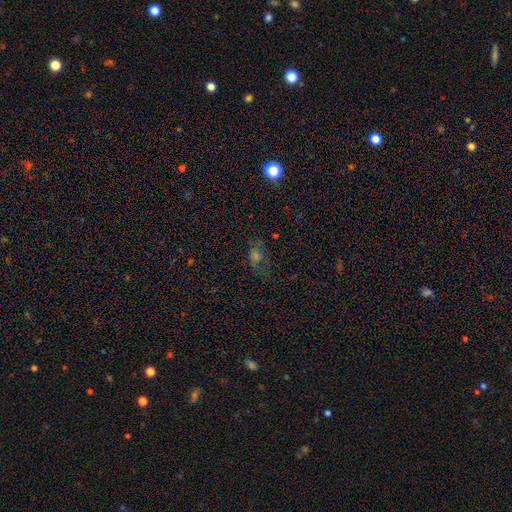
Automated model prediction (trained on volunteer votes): The model was most divided on "smooth or featured": smooth: 42%, star or artifact: 33%, featured or disk: 25%. More confident: merging — none (58%).